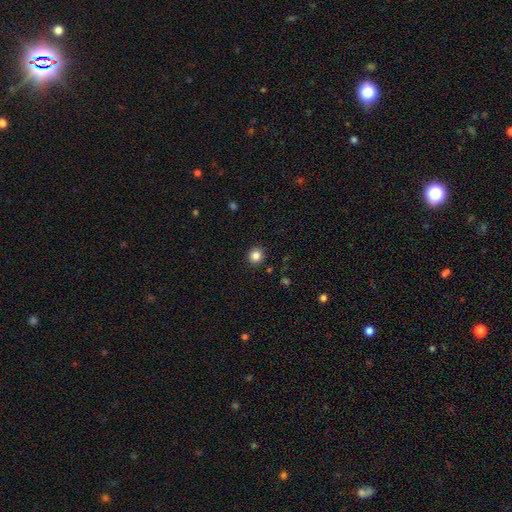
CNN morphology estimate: A smooth galaxy with no disk features (85%) that is round (92%).

Vote fractions:
- Smooth or featured? smooth: 85% / star or artifact: 11% / featured or disk: 4%
- How rounded? round: 92% / in between: 7% / cigar-shaped: 1%
- Merging? none: 92% / minor disturbance: 5% / major disturbance: 2% / merger: 1%